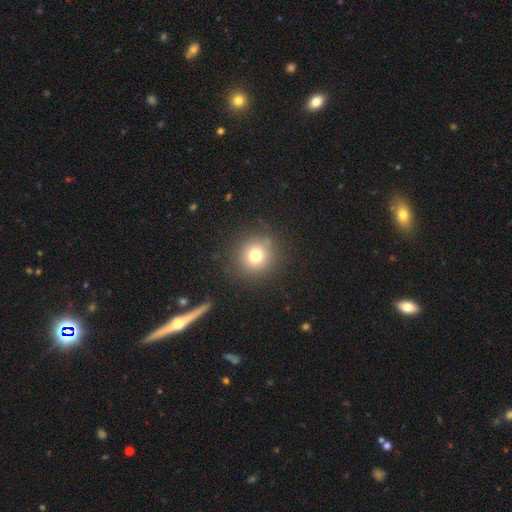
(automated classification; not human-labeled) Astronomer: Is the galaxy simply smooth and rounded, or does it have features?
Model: smooth — 75%.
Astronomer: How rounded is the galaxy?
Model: round — 91%.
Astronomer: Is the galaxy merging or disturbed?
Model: none — 86%.